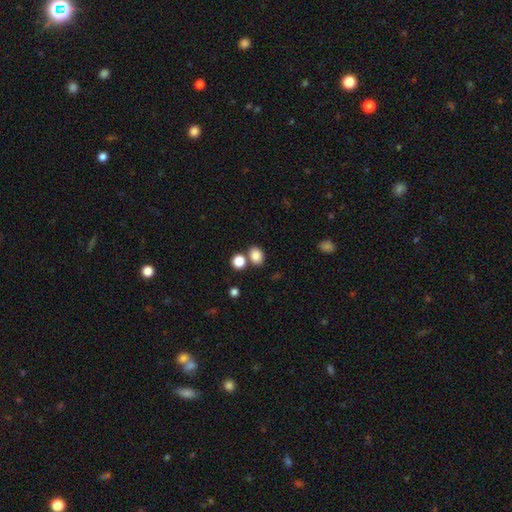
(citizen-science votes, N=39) smooth-or-featured: smooth: 85% | star or artifact: 10% | featured or disk: 5%
  how-rounded: round: 52% | in between: 48% | cigar-shaped: 0%
  merging: none: 69% | merger: 20% | minor disturbance: 9% | major disturbance: 3%